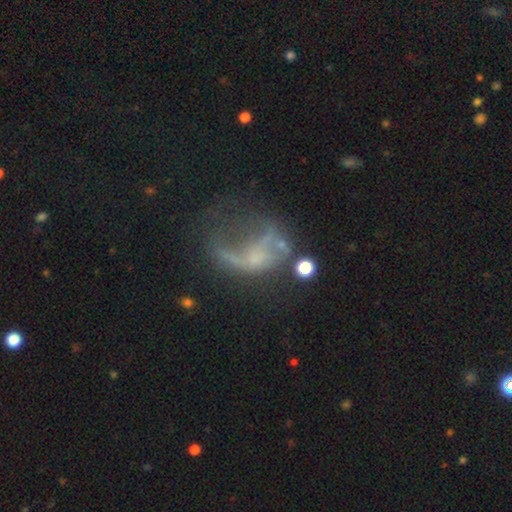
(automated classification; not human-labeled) Smooth or featured?
  - featured or disk: 58% *
  - smooth: 25%
  - star or artifact: 18%
Edge-on disk?
  - no: 96% *
  - yes: 4%
Bar?
  - no: 77% *
  - weak: 18%
  - strong: 6%
Spiral arms?
  - no: 66% *
  - yes: 34%
Bulge size?
  - none: 60% *
  - small: 27%
  - moderate: 9%
  - large: 2%
  - dominant: 1%
Merging?
  - major disturbance: 47% *
  - none: 25%
  - minor disturbance: 15%
  - merger: 12%